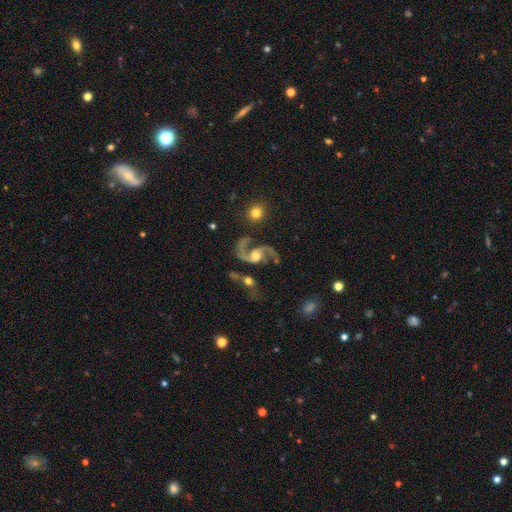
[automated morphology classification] Q: Smooth or featured?
A: featured or disk (91%); runner-up: star or artifact (5%)
Q: Edge-on disk?
A: no (98%); runner-up: yes (2%)
Q: Bar?
A: no (58%); runner-up: weak (33%)
Q: Spiral arms?
A: yes (97%); runner-up: no (3%)
Q: Spiral winding?
A: loose (59%); runner-up: medium (35%)
Q: Spiral arm count?
A: 2 (93%); runner-up: 1 (2%)
Q: Bulge size?
A: moderate (63%); runner-up: small (21%)
Q: Merging?
A: none (54%); runner-up: minor disturbance (18%)